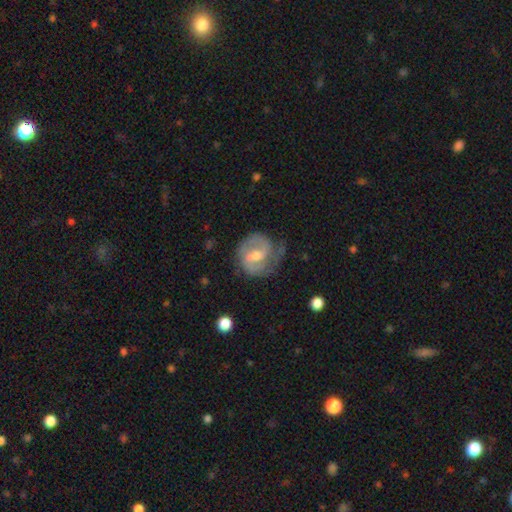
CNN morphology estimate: A featured or disk galaxy (80%) with a weak bar (56%), 2 (82%) medium (49%) spiral arms (93%) and a moderate central bulge (55%).

Vote fractions:
- Smooth or featured? featured or disk: 80% / smooth: 15% / star or artifact: 5%
- Edge-on disk? no: 98% / yes: 2%
- Bar? weak: 56% / strong: 25% / no: 19%
- Spiral arms? yes: 93% / no: 7%
- Spiral winding? medium: 49% / tight: 32% / loose: 19%
- Spiral arm count? 2: 82% / can't tell: 8% / 1: 5% / 3: 3% / 4: 1% / more than 4: 1%
- Bulge size? moderate: 55% / small: 39% / large: 3% / none: 2% / dominant: 1%
- Merging? none: 65% / minor disturbance: 23% / major disturbance: 10% / merger: 2%